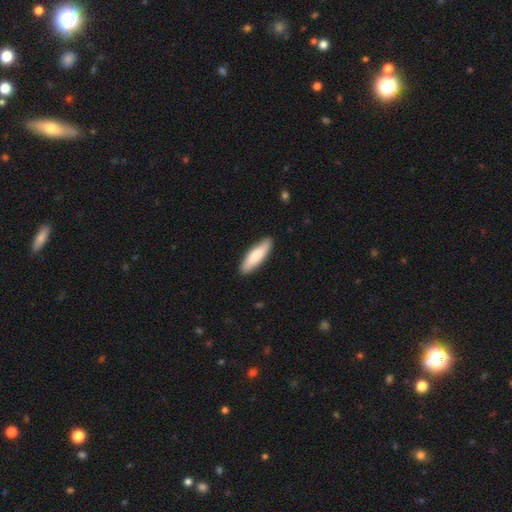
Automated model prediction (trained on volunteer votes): Smooth or featured? smooth (76%)
How rounded? cigar-shaped (60%)
Merging? none (88%)